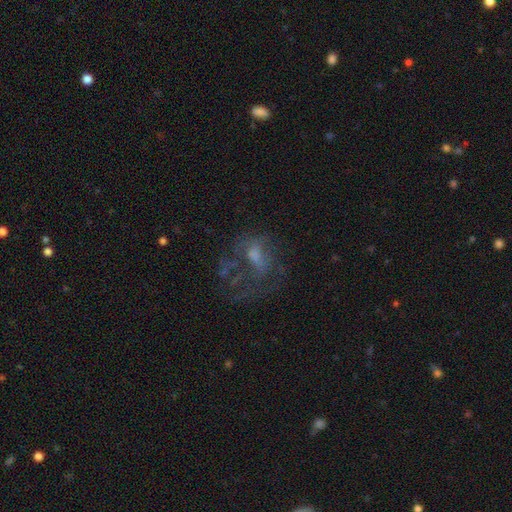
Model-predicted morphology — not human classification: Q: Smooth or featured?
A: featured or disk (50%); runner-up: smooth (30%)
Q: Edge-on disk?
A: no (96%); runner-up: yes (4%)
Q: Merging?
A: major disturbance (44%); runner-up: none (36%)